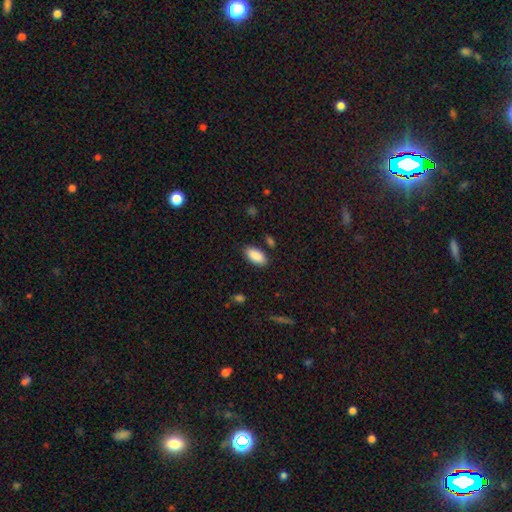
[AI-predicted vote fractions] smooth 90%, star or artifact 7%, featured or disk 4%. Down the decision tree: how rounded — in between (94%); merging — none (84%).